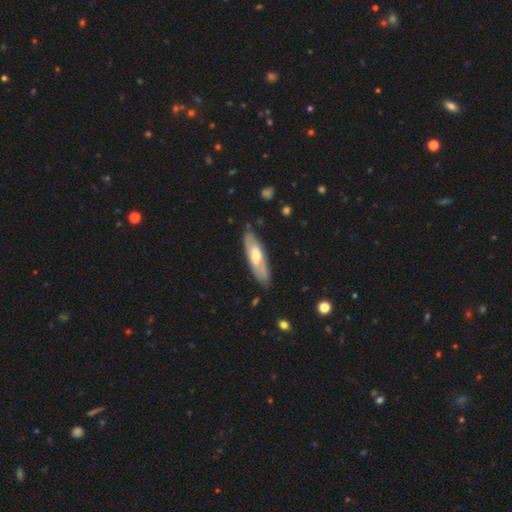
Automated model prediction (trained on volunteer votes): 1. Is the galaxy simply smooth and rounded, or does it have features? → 51% featured or disk, 43% smooth, 5% star or artifact.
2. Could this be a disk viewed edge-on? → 60% no, 40% yes.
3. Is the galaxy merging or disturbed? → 82% none, 14% minor disturbance, 3% major disturbance, 1% merger.